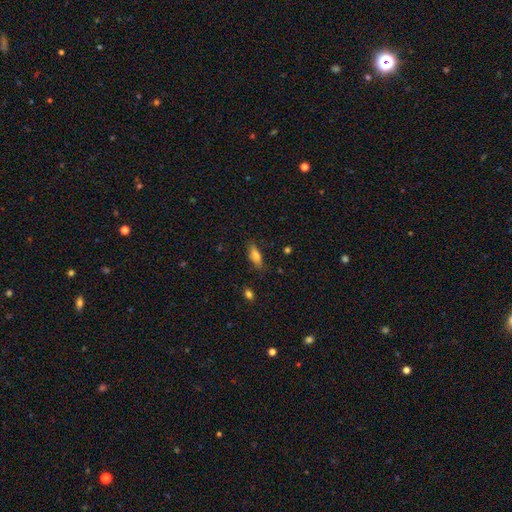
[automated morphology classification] type=smooth (76%); roundness=in between (63%); merging=none (79%).